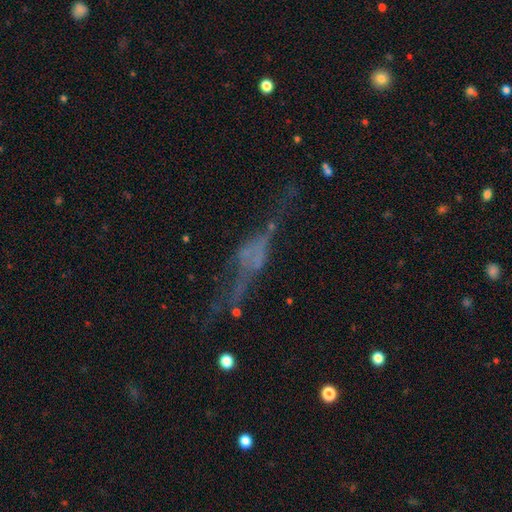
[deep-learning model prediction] featured or disk 56%, star or artifact 22%, smooth 22%. Down the decision tree: edge-on disk — yes (56%); merging — none (38%).